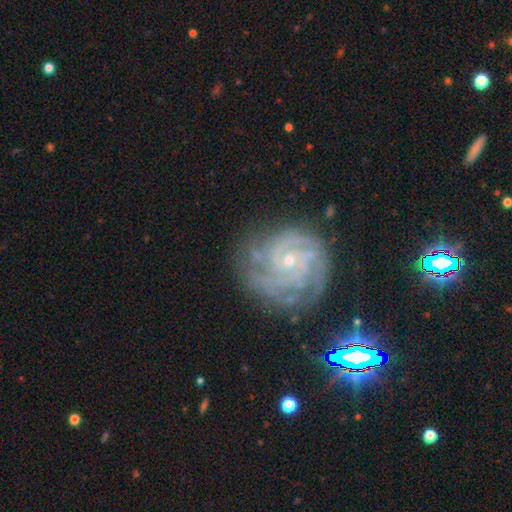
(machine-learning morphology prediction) smooth_or_featured: featured or disk (p=0.89) [alt: star or artifact p=0.06]
disk_edge_on: no (p=0.98) [alt: yes p=0.02]
bar: no (p=0.72) [alt: weak p=0.23]
has_spiral_arms: yes (p=0.98) [alt: no p=0.02]
spiral_winding: tight (p=0.69) [alt: medium p=0.27]
spiral_arm_count: 3 (p=0.32) [alt: 4 p=0.19]
bulge_size: small (p=0.74) [alt: moderate p=0.23]
merging: none (p=0.71) [alt: minor disturbance p=0.19]